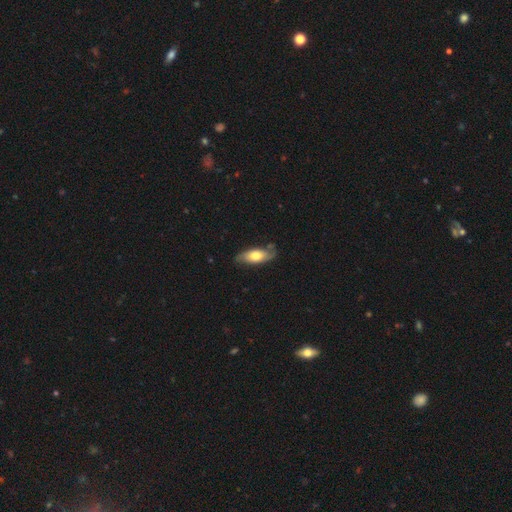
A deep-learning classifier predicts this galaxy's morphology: Overall: smooth (51%; featured or disk 44%). How rounded: in between (80%). Merging: none (70%).